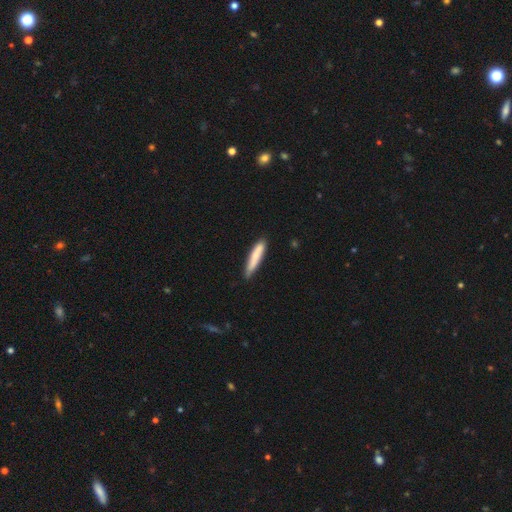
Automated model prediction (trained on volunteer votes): smooth 73%, featured or disk 21%, star or artifact 5%. Down the decision tree: how rounded — cigar-shaped (89%); merging — none (80%).